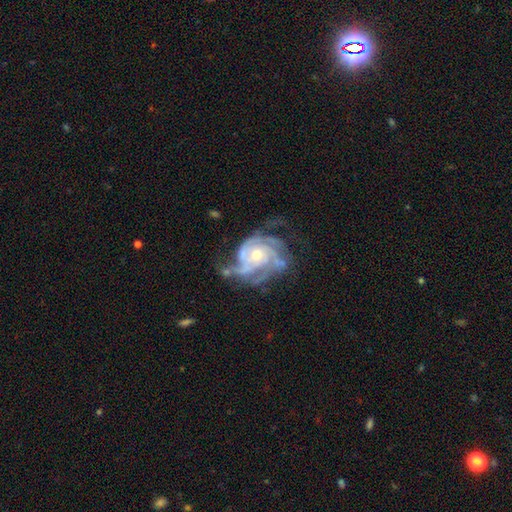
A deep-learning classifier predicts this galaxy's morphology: This is clearly a featured or disk galaxy (91%). It is clearly not viewed edge-on (98%). Bar: likely no (75%). Spiral arm pattern: clearly yes (97%). Spiral arm count: marginally 3 (31%). Spiral winding: possibly tight (59%). Central bulge: possibly moderate (48%). Merging: possibly none (58%).